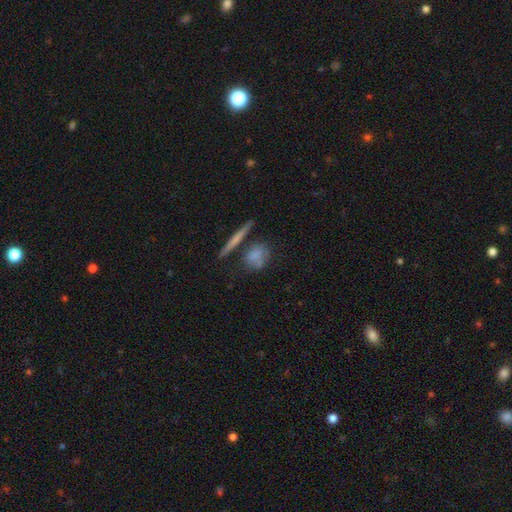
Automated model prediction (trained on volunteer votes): Q: Smooth or featured?
A: smooth (68%); runner-up: featured or disk (23%)
Q: How rounded?
A: round (57%); runner-up: in between (27%)
Q: Merging?
A: none (61%); runner-up: minor disturbance (17%)